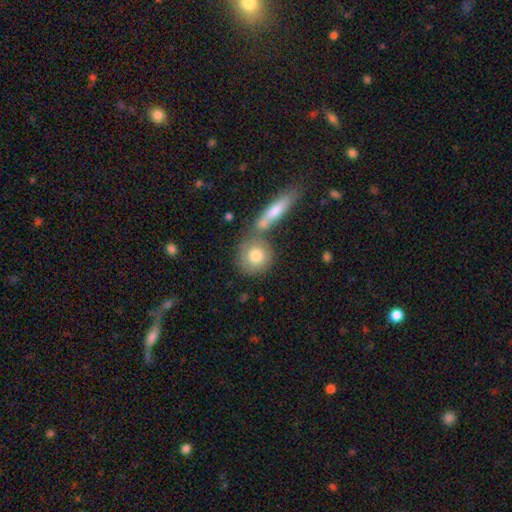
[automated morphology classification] This appears to be a smooth galaxy with no disk features (77%) that is round (85%). Merging: none (54%).